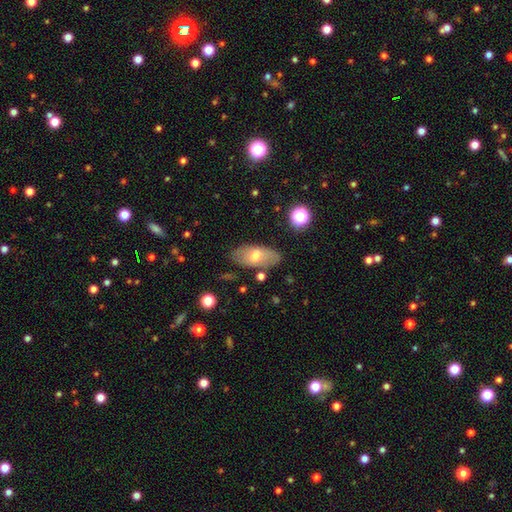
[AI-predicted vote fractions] Smooth or featured: smooth — 58% (featured or disk — 34%)
How rounded: in between — 89% (cigar-shaped — 7%)
Merging: none — 79% (minor disturbance — 15%)